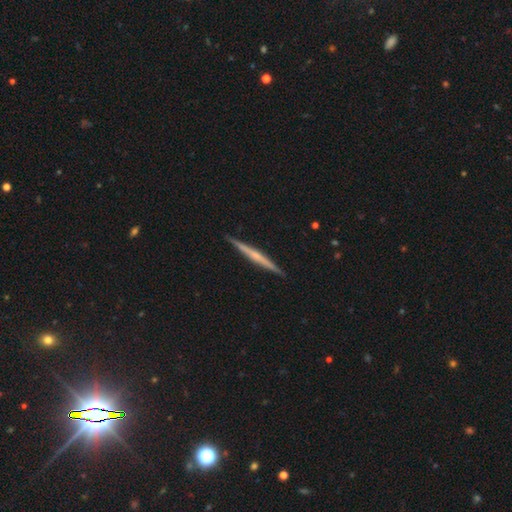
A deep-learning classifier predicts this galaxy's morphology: Q: Smooth or featured?
A: featured or disk (66%); runner-up: smooth (28%)
Q: Edge-on disk?
A: yes (98%); runner-up: no (2%)
Q: Edge-on bulge?
A: none (50%); runner-up: rounded (41%)
Q: Merging?
A: none (92%); runner-up: minor disturbance (6%)